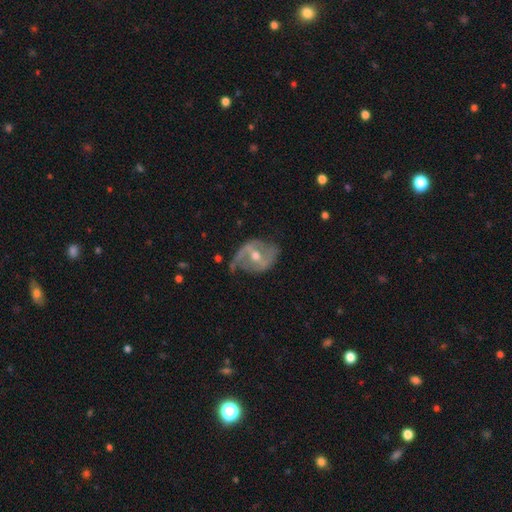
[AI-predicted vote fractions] A featured or disk galaxy (80%) with a weak bar (42%), 2 (74%) loose (47%) spiral arms (81%) and a moderate central bulge (66%).

Vote fractions:
- Smooth or featured? featured or disk: 80% / smooth: 14% / star or artifact: 6%
- Edge-on disk? no: 95% / yes: 5%
- Bar? weak: 42% / strong: 38% / no: 20%
- Spiral arms? yes: 81% / no: 19%
- Spiral winding? loose: 47% / medium: 36% / tight: 17%
- Spiral arm count? 2: 74% / 1: 13% / can't tell: 10% / 3: 2% / 4: 1% / more than 4: 1%
- Bulge size? moderate: 66% / small: 29% / large: 2% / none: 1% / dominant: 1%
- Merging? none: 53% / minor disturbance: 28% / major disturbance: 17% / merger: 3%